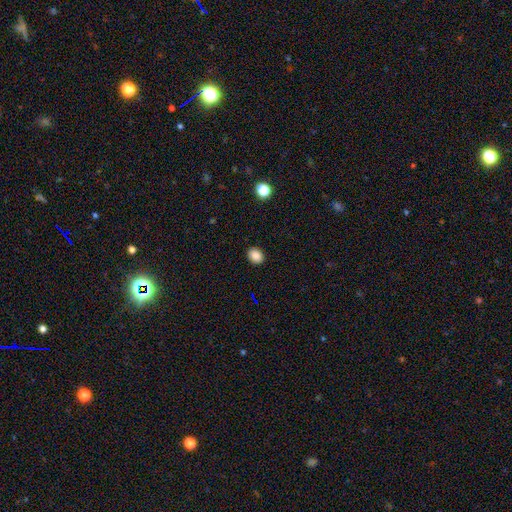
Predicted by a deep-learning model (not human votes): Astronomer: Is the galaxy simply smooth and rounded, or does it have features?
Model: smooth — 87%.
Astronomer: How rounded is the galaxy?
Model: in between — 55% (runner-up: round, 44%).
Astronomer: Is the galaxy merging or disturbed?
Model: none — 90%.